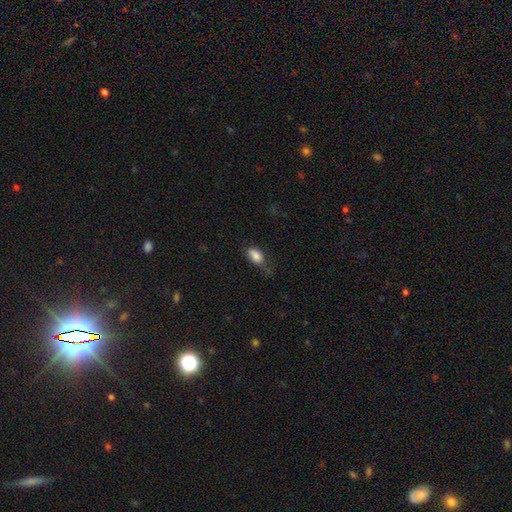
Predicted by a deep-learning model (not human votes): smooth_or_featured: smooth (p=0.85) [alt: star or artifact p=0.08]
how_rounded: in between (p=0.90) [alt: round p=0.06]
merging: none (p=0.48) [alt: minor disturbance p=0.34]